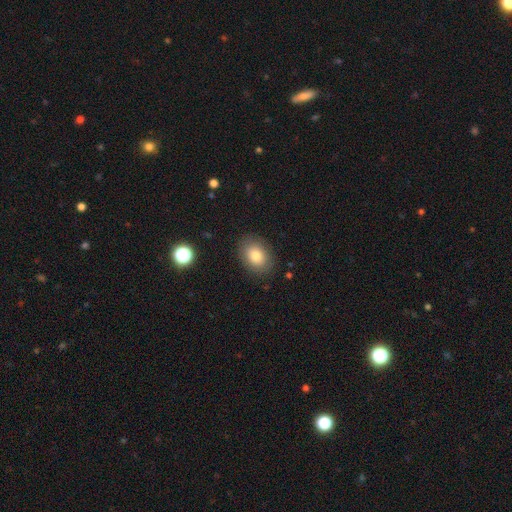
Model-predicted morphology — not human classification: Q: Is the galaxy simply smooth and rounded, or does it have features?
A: smooth — 81%.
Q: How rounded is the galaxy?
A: in between — 68%.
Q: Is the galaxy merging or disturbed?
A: none — 85%.